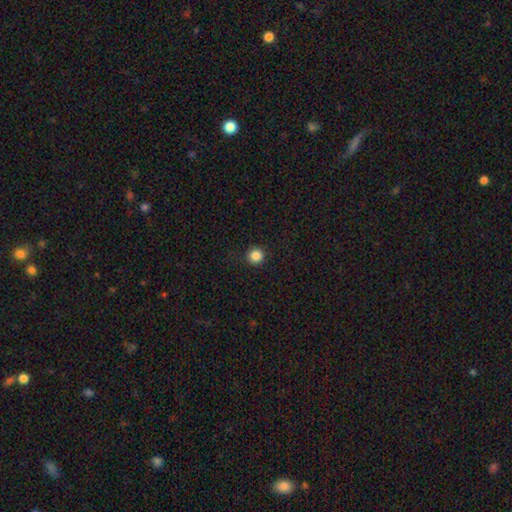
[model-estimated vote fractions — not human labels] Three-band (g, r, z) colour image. It shows a smooth galaxy with no disk features (86%) that is round (95%). Merging: none (92%).